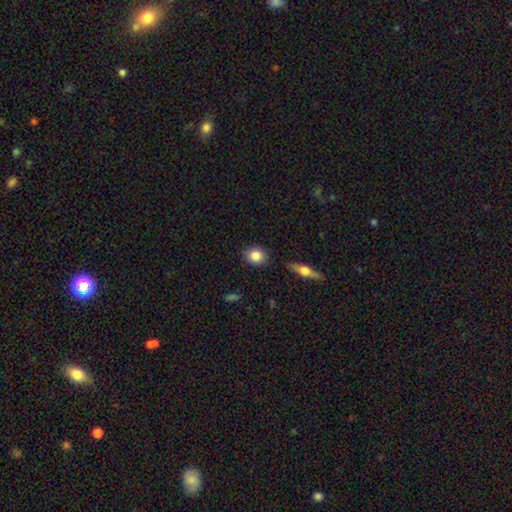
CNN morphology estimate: This appears to be a smooth galaxy with no disk features (85%) that is round (73%). Merging: none (87%).